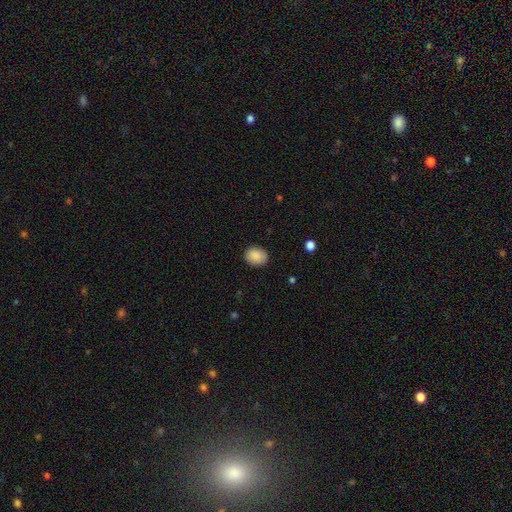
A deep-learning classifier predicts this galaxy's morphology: This appears to be a smooth galaxy with no disk features (89%) that is round (55%). Merging: none (88%).